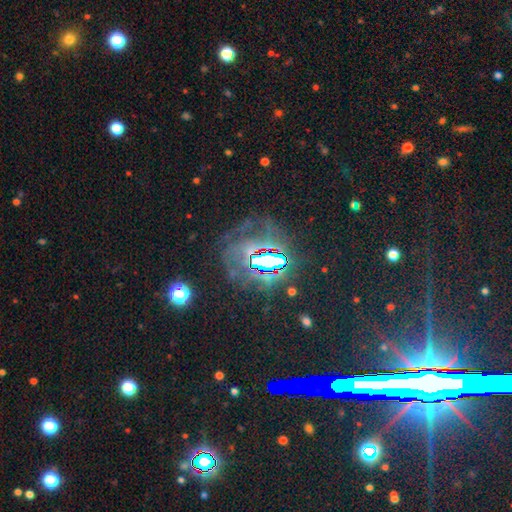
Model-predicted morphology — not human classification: Smooth or featured?
  - star or artifact: 61% *
  - featured or disk: 23%
  - smooth: 16%